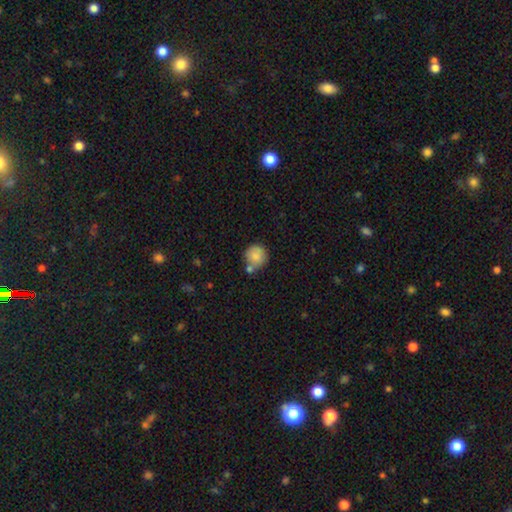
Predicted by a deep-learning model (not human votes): A smooth galaxy with no disk features (81%) that is round (90%).

Vote fractions:
- Smooth or featured? smooth: 81% / featured or disk: 12% / star or artifact: 8%
- How rounded? round: 90% / in between: 9% / cigar-shaped: 1%
- Merging? none: 60% / merger: 20% / minor disturbance: 16% / major disturbance: 4%